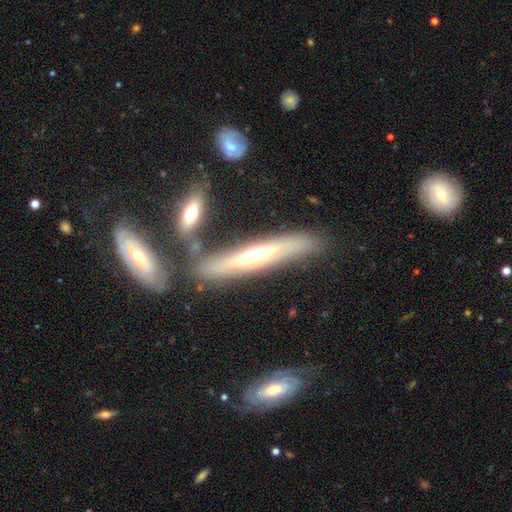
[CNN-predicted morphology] featured or disk 58%, smooth 34%, star or artifact 8%. Down the decision tree: edge-on disk — yes (83%); merging — none (71%).